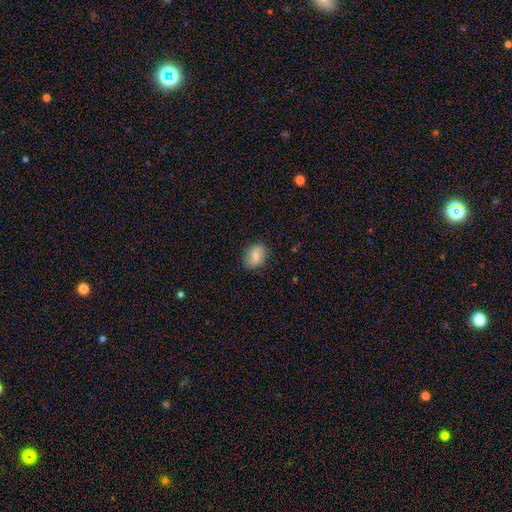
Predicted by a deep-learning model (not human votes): The model was most divided on "how rounded": in between: 67%, round: 32%, cigar-shaped: 2%. More confident: merging — none (82%); smooth or featured — smooth (66%).